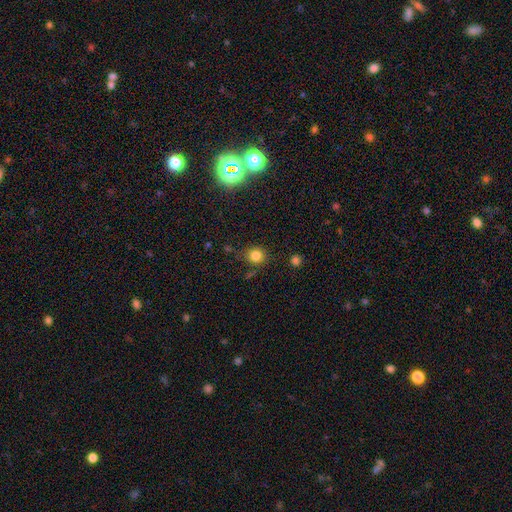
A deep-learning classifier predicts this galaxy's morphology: smooth_or_featured: smooth (p=0.81) [alt: star or artifact p=0.13]
how_rounded: round (p=0.85) [alt: in between p=0.14]
merging: none (p=0.79) [alt: minor disturbance p=0.13]